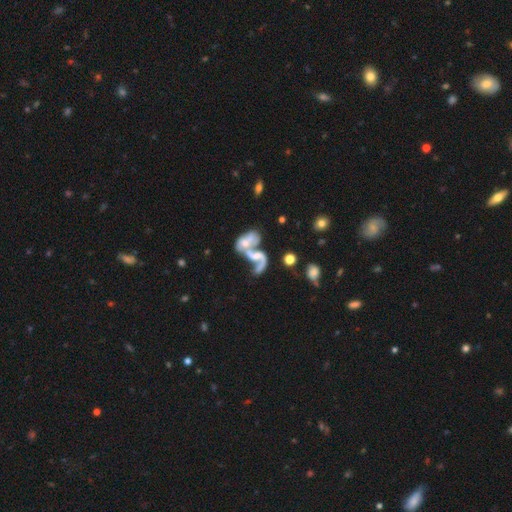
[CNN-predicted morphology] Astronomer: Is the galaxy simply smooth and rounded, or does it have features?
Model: featured or disk — 59%.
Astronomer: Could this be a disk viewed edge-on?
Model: no — 92%.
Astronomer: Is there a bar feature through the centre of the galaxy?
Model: no — 64%.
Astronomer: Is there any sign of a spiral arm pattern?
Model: yes — 60% (runner-up: no, 40%).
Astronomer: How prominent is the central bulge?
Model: moderate — 39% (runner-up: small, 33%).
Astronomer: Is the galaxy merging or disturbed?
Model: merger — 67%.